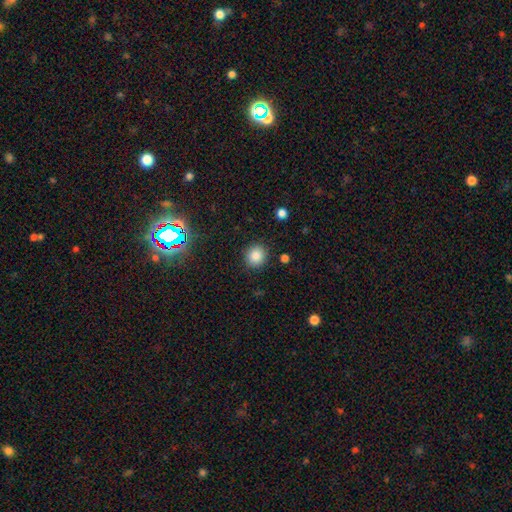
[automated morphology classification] smooth 83%, star or artifact 11%, featured or disk 5%. Down the decision tree: how rounded — round (87%); merging — none (89%).